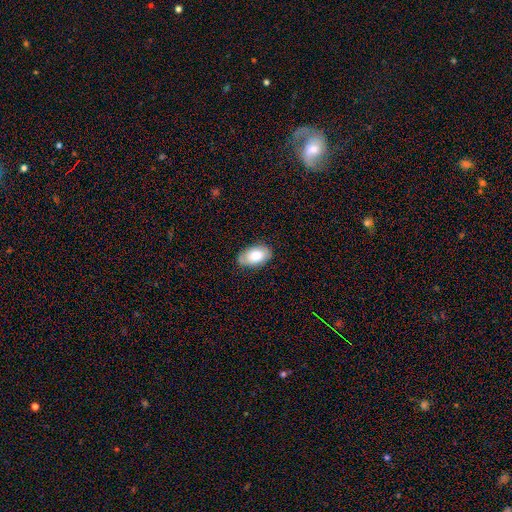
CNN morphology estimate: smooth_or_featured: smooth (p=0.77) [alt: featured or disk p=0.17]
how_rounded: in between (p=0.94) [alt: round p=0.05]
merging: none (p=0.78) [alt: minor disturbance p=0.17]